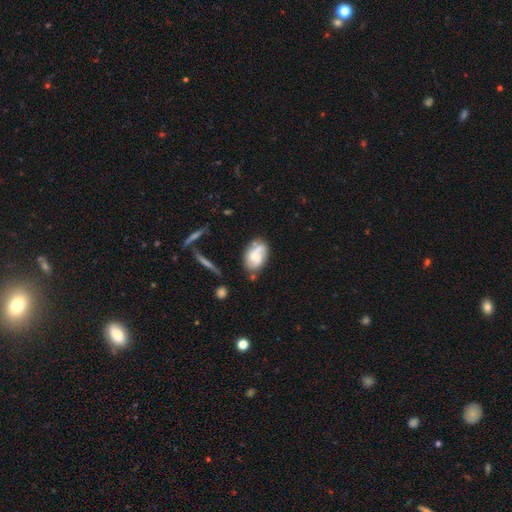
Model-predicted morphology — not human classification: The model was most divided on "smooth or featured": smooth: 50%, featured or disk: 41%, star or artifact: 8%. More confident: how rounded — in between (86%); merging — none (53%).